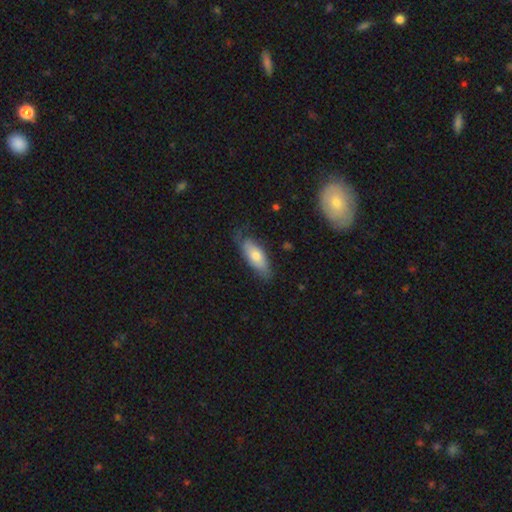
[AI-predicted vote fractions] Smooth or featured?
  - smooth: 63% *
  - featured or disk: 31%
  - star or artifact: 6%
How rounded?
  - in between: 74% *
  - cigar-shaped: 24%
  - round: 2%
Merging?
  - none: 64% *
  - minor disturbance: 26%
  - major disturbance: 8%
  - merger: 2%